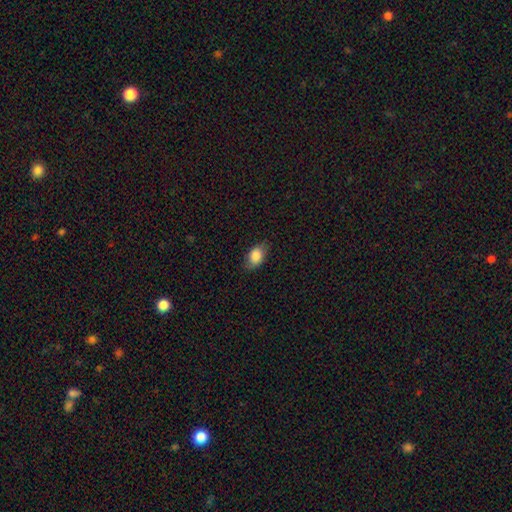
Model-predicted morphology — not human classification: Overall: smooth (84%). How rounded: in between (85%). Merging: none (79%).